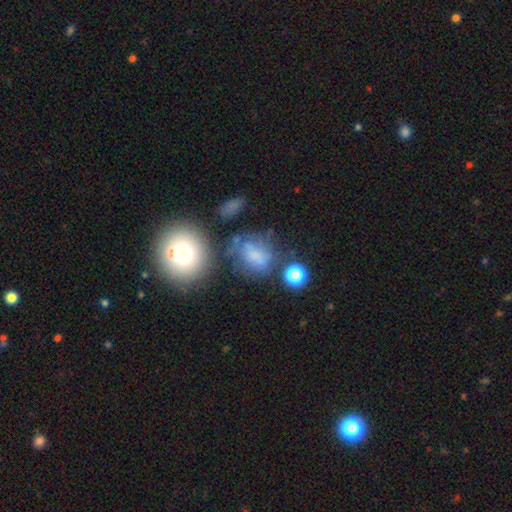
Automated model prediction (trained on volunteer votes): Smooth or featured: smooth — 58% (featured or disk — 24%)
How rounded: in between — 59% (round — 38%)
Merging: none — 41% (minor disturbance — 24%)